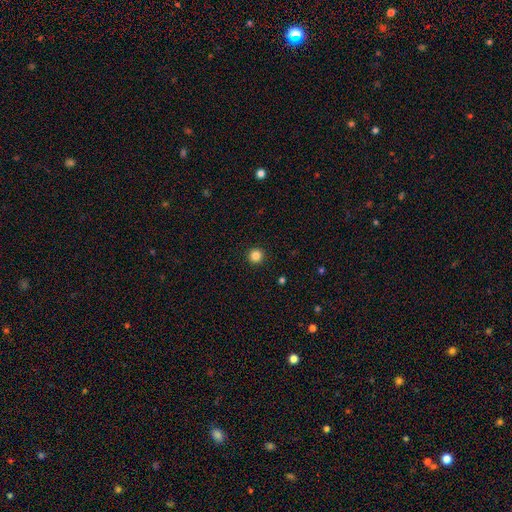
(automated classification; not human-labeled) Smooth or featured? smooth (85%)
How rounded? round (96%)
Merging? none (94%)